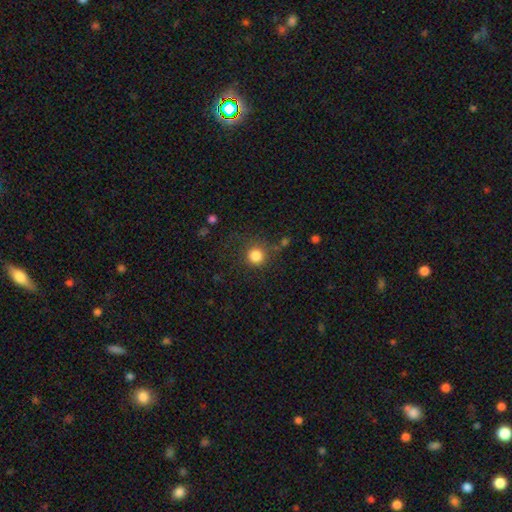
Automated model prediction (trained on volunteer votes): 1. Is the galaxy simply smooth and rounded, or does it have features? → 83% smooth, 12% star or artifact, 5% featured or disk.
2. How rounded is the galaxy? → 94% round, 5% in between, 1% cigar-shaped.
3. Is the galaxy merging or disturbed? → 79% none, 12% minor disturbance, 6% major disturbance, 4% merger.